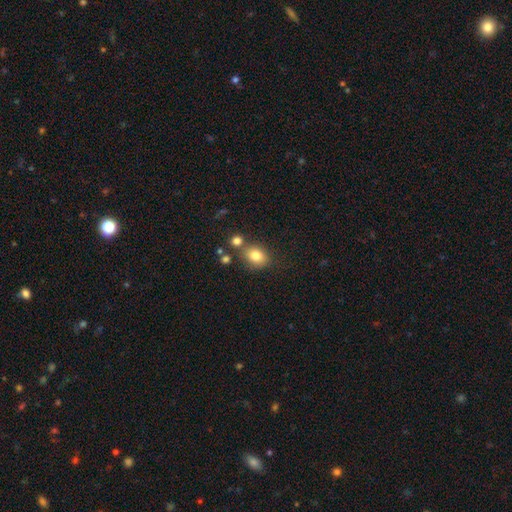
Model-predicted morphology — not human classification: The model was most divided on "how rounded": in between: 53%, round: 46%, cigar-shaped: 1%. More confident: smooth or featured — smooth (81%); merging — none (66%).